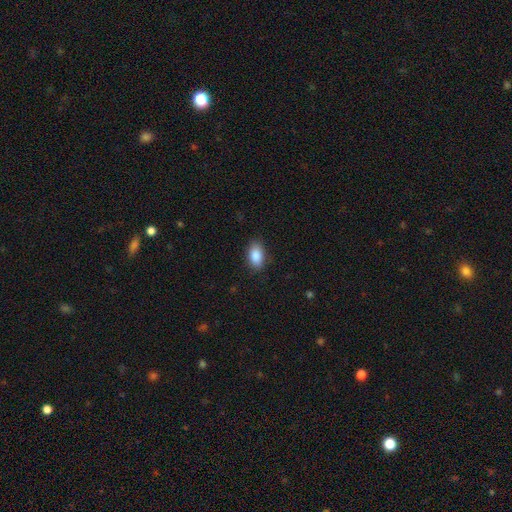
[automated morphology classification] Overall: smooth (87%). How rounded: in between (91%). Merging: none (85%).